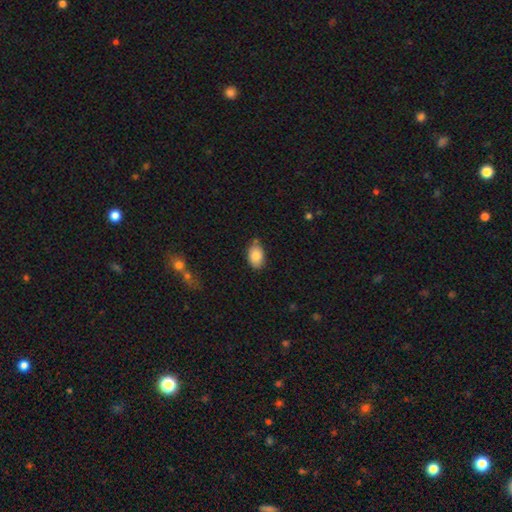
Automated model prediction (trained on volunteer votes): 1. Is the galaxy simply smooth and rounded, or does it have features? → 85% smooth, 7% star or artifact, 7% featured or disk.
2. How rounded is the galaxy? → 87% in between, 12% round, 1% cigar-shaped.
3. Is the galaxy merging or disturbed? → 73% none, 19% minor disturbance, 5% merger, 3% major disturbance.